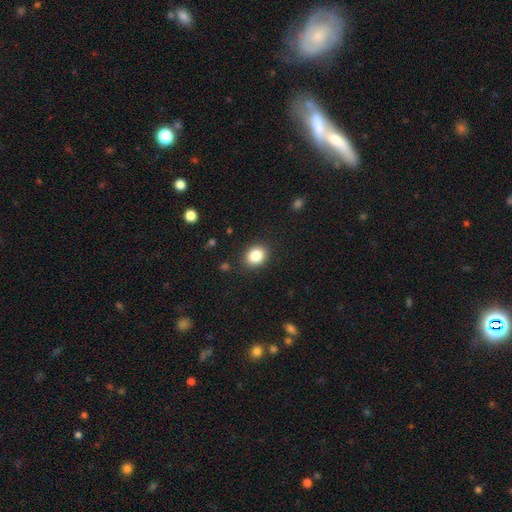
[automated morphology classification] Smooth or featured: smooth — 86% (star or artifact — 9%)
How rounded: round — 52% (in between — 48%)
Merging: none — 88% (minor disturbance — 8%)